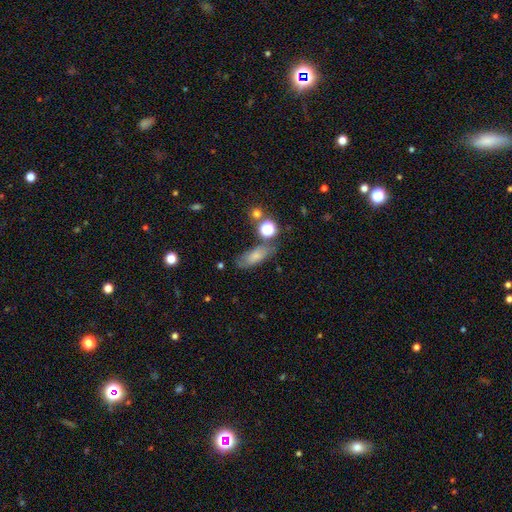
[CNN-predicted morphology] A smooth galaxy with no disk features (68%) that is in between round and cigar-shaped (70%).

Vote fractions:
- Smooth or featured? smooth: 68% / featured or disk: 20% / star or artifact: 12%
- How rounded? in between: 70% / cigar-shaped: 22% / round: 8%
- Merging? none: 61% / minor disturbance: 22% / merger: 9% / major disturbance: 9%